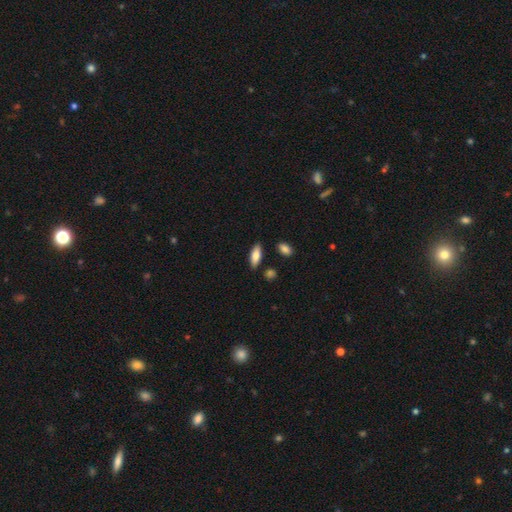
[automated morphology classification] This is likely a smooth galaxy (80%). How rounded: likely in between (72%). Merging: clearly none (85%).